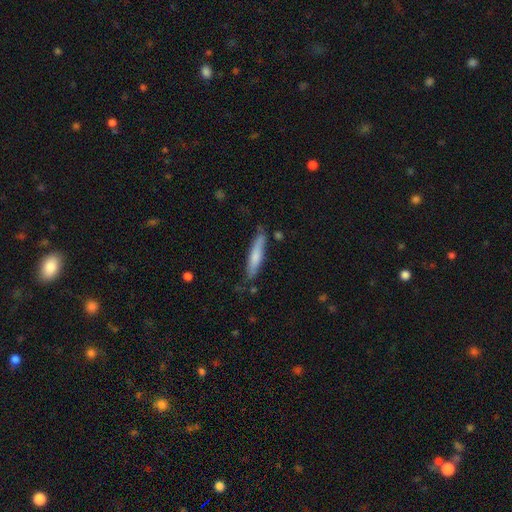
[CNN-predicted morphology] Q: Smooth or featured?
A: smooth (68%); runner-up: featured or disk (27%)
Q: How rounded?
A: cigar-shaped (89%); runner-up: in between (9%)
Q: Merging?
A: none (78%); runner-up: minor disturbance (16%)